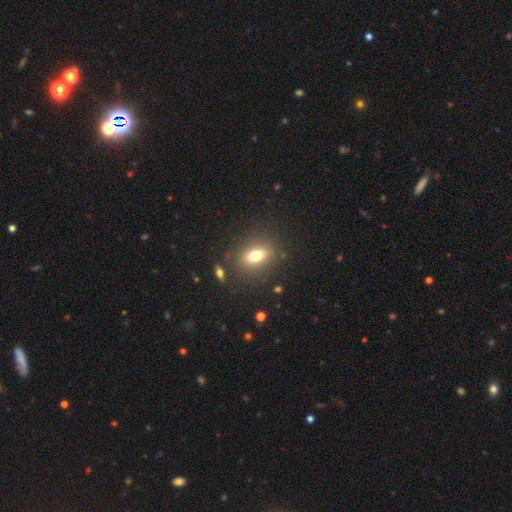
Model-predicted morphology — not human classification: smooth-or-featured: smooth: 73% | featured or disk: 16% | star or artifact: 11%
  how-rounded: in between: 73% | round: 22% | cigar-shaped: 5%
  merging: none: 83% | minor disturbance: 10% | major disturbance: 4% | merger: 3%